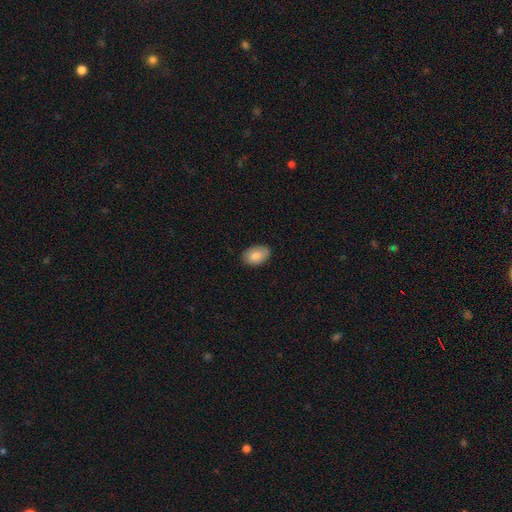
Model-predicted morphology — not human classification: Overall: smooth (80%). How rounded: in between (88%). Merging: none (83%).